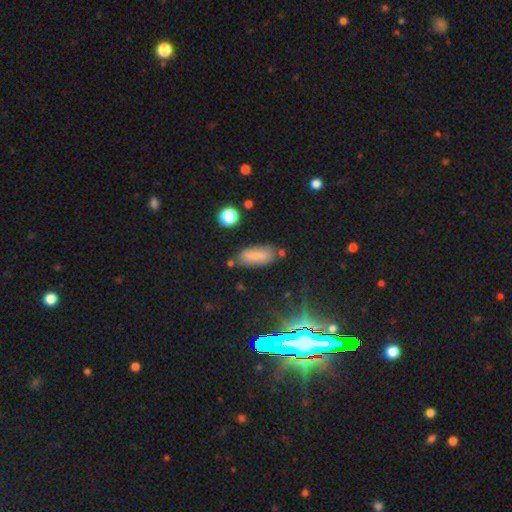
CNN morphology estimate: A smooth galaxy with no disk features (70%) that is in between round and cigar-shaped (81%).

Vote fractions:
- Smooth or featured? smooth: 70% / featured or disk: 16% / star or artifact: 14%
- How rounded? in between: 81% / cigar-shaped: 16% / round: 3%
- Merging? none: 71% / minor disturbance: 17% / merger: 6% / major disturbance: 5%